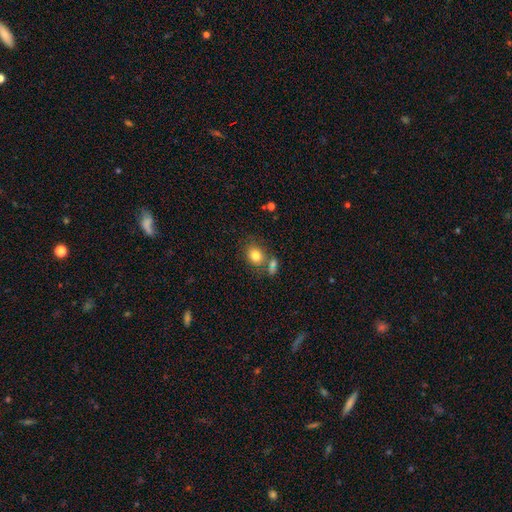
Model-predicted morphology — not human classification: type=smooth (80%); roundness=round (56%); merging=none (60%).